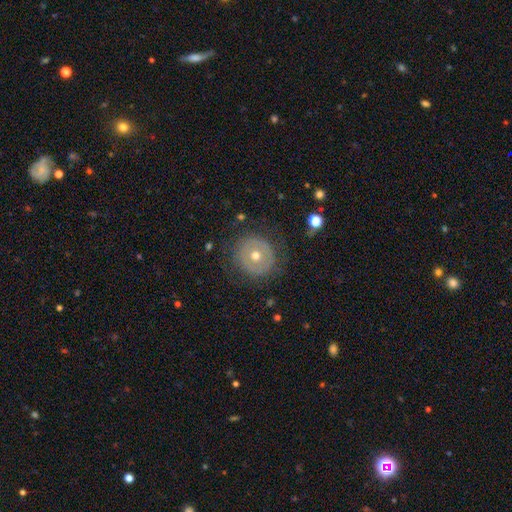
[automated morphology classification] smooth-or-featured: smooth: 47% | featured or disk: 44% | star or artifact: 9%
  merging: none: 82% | minor disturbance: 11% | major disturbance: 5% | merger: 1%